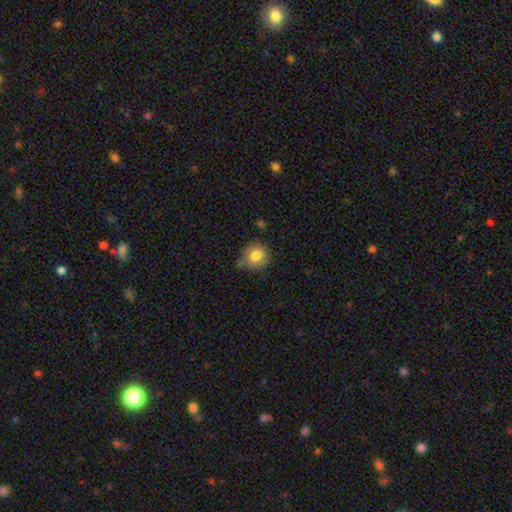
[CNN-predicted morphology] Smooth or featured?
  - smooth: 81% *
  - featured or disk: 10%
  - star or artifact: 9%
How rounded?
  - round: 83% *
  - in between: 16%
  - cigar-shaped: 1%
Merging?
  - none: 66% *
  - minor disturbance: 25%
  - major disturbance: 5%
  - merger: 4%